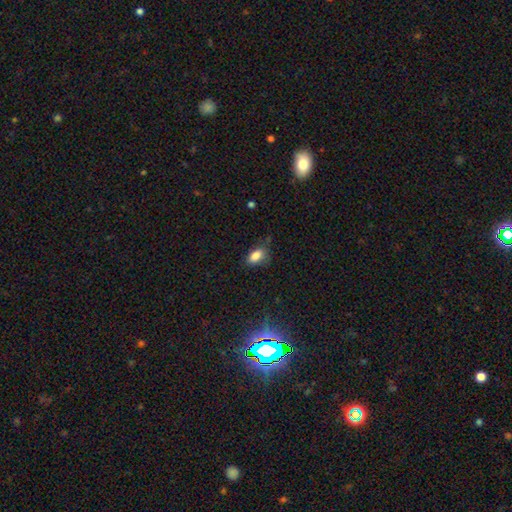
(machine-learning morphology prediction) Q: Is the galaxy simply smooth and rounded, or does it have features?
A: smooth — 83%.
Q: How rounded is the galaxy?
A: in between — 89%.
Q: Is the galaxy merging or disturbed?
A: none — 68%.